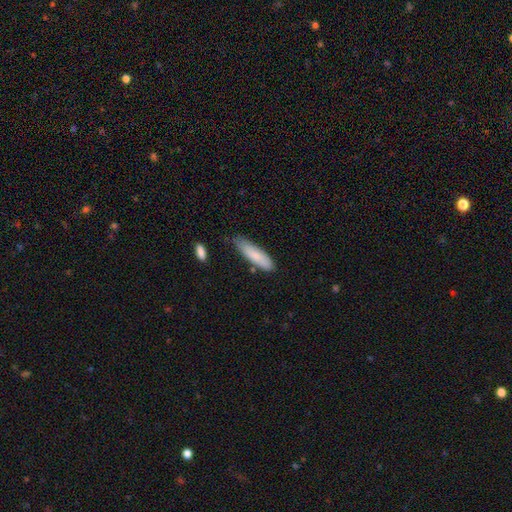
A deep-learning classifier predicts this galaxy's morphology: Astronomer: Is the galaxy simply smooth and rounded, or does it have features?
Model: smooth — 80%.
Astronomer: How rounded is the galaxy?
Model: cigar-shaped — 69%.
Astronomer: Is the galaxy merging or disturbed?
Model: none — 69%.